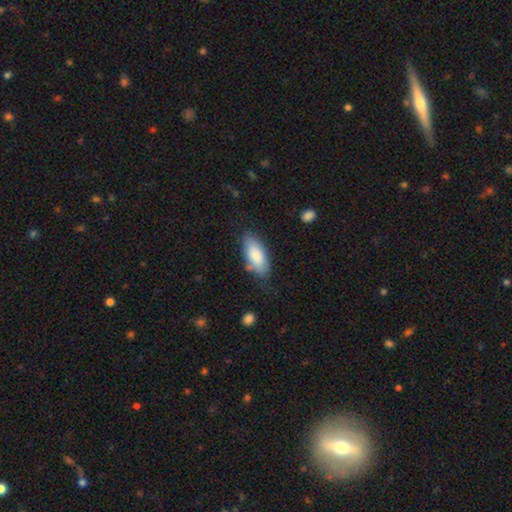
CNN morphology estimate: smooth_or_featured: smooth (p=0.81) [alt: featured or disk p=0.13]
how_rounded: in between (p=0.86) [alt: cigar-shaped p=0.12]
merging: none (p=0.68) [alt: minor disturbance p=0.22]